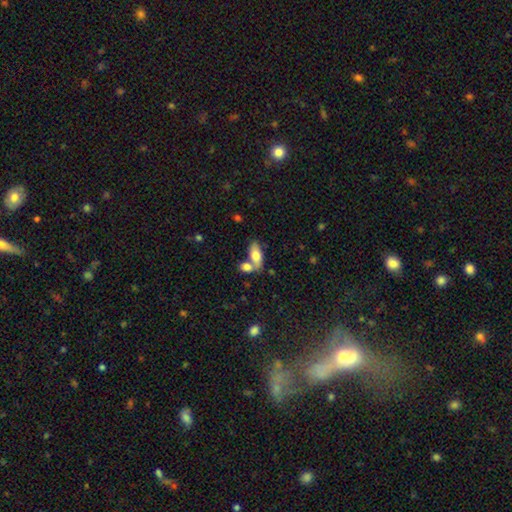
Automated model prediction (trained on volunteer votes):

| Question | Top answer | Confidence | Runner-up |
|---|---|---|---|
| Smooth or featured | smooth | 71% | featured or disk (23%) |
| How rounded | in between | 81% | cigar-shaped (15%) |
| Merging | none | 43% | merger (42%) |